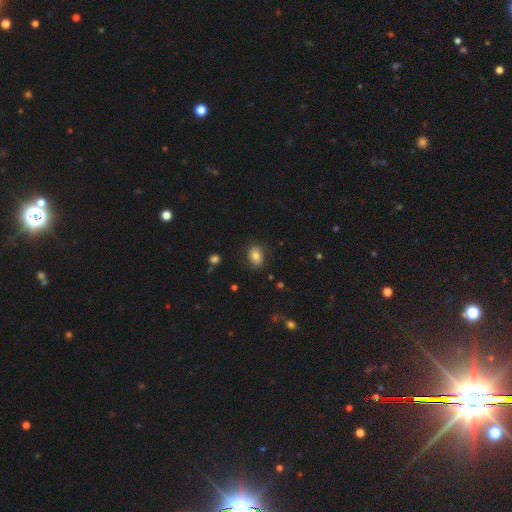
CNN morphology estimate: Q: Smooth or featured?
A: smooth (77%); runner-up: featured or disk (14%)
Q: How rounded?
A: in between (73%); runner-up: round (26%)
Q: Merging?
A: none (79%); runner-up: minor disturbance (15%)